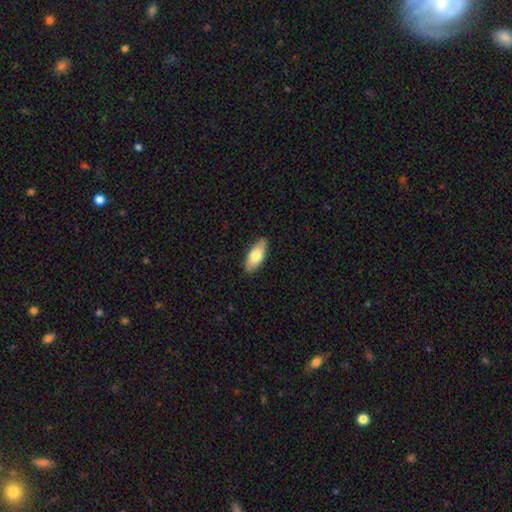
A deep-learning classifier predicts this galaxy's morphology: Smooth or featured? smooth (76%)
How rounded? in between (86%)
Merging? none (87%)